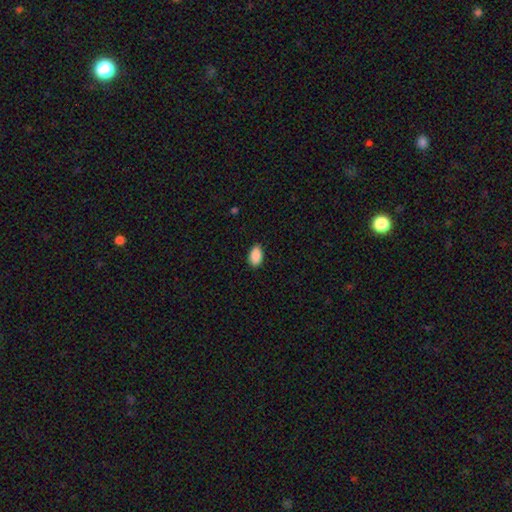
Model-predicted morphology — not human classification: This appears to be a smooth galaxy with no disk features (90%) that is in between round and cigar-shaped (93%). Merging: none (87%).